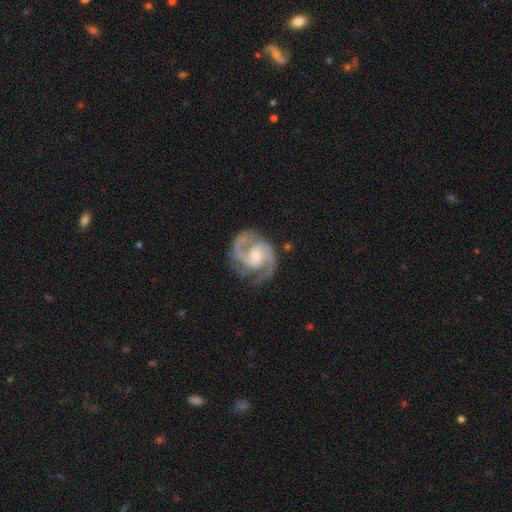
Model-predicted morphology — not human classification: This is clearly a featured or disk galaxy (93%). It is clearly not viewed edge-on (98%). Bar: possibly no (56%). Spiral arm pattern: clearly yes (98%). Spiral arm count: clearly 2 (86%). Spiral winding: possibly medium (58%). Central bulge: possibly small (55%). Merging: likely none (76%).